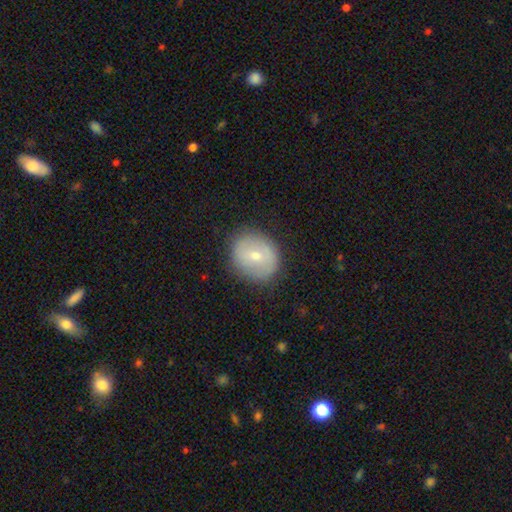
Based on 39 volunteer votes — This appears to be a smooth galaxy with no disk features (69%) that is round (74%). Merging: none (82%).